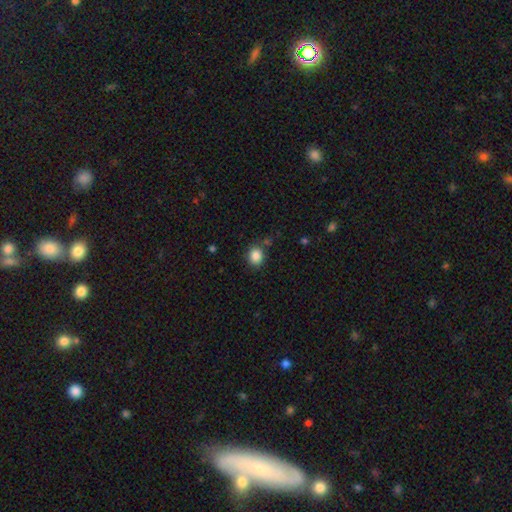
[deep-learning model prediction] Smooth or featured? Predicted: smooth (p=0.86). How rounded? Predicted: round (p=0.67). Merging? Predicted: none (p=0.80).